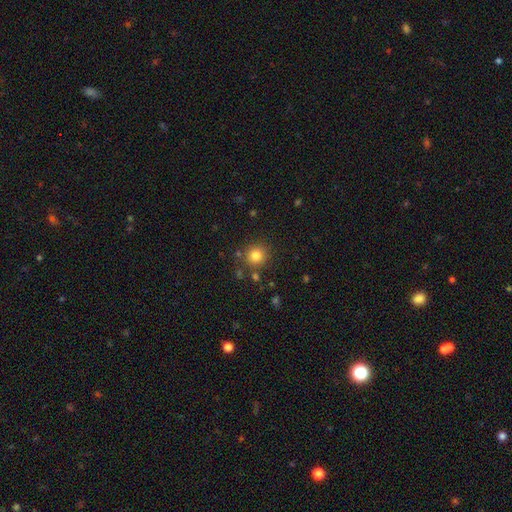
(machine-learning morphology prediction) Smooth or featured: smooth — 82% (star or artifact — 13%)
How rounded: round — 93% (in between — 6%)
Merging: none — 83% (minor disturbance — 8%)